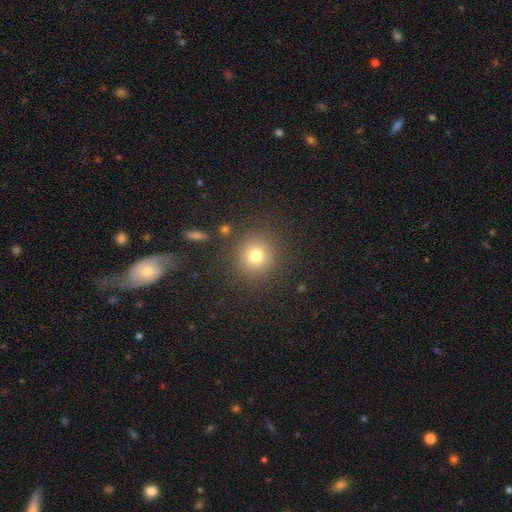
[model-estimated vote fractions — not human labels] A smooth galaxy with no disk features (76%) that is round (92%). Merging: none (88%).